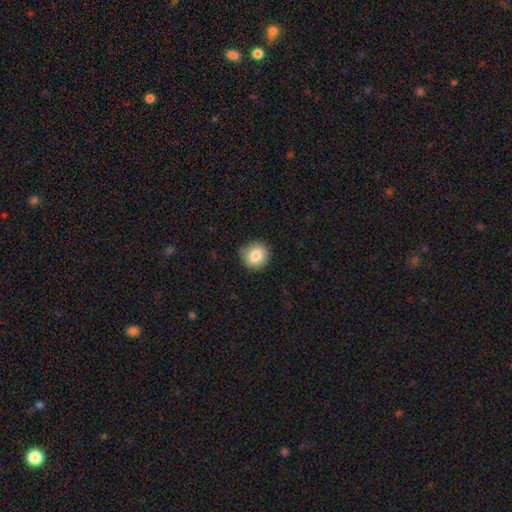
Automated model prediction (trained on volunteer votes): smooth-or-featured: smooth: 84% | star or artifact: 9% | featured or disk: 7%
  how-rounded: round: 89% | in between: 10% | cigar-shaped: 1%
  merging: none: 87% | minor disturbance: 10% | major disturbance: 2% | merger: 1%